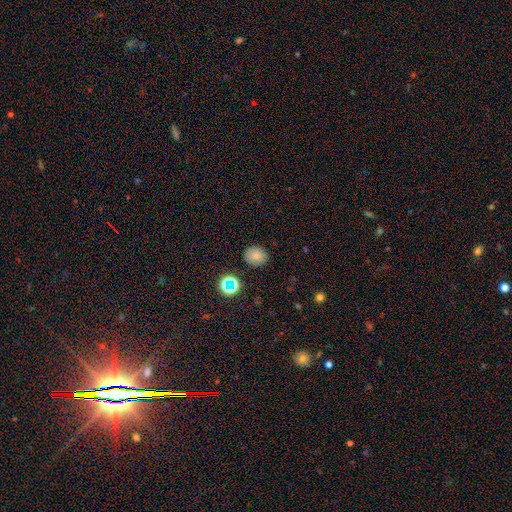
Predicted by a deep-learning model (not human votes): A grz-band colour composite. It shows a smooth galaxy with no disk features (77%) that is round (67%). Merging: none (85%).